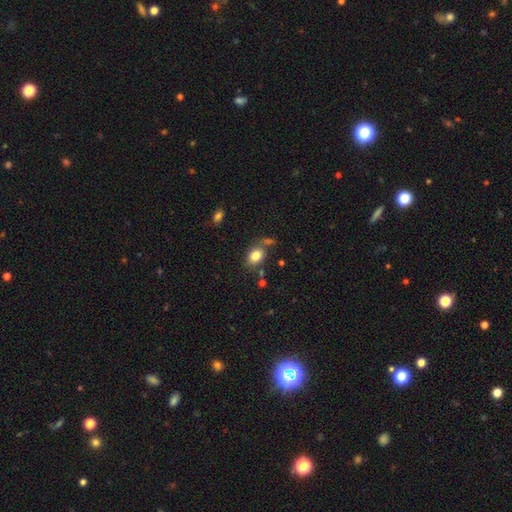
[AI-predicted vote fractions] Smooth or featured?
  - smooth: 82% *
  - star or artifact: 10%
  - featured or disk: 8%
How rounded?
  - in between: 69% *
  - round: 30%
  - cigar-shaped: 1%
Merging?
  - none: 66% *
  - minor disturbance: 15%
  - merger: 13%
  - major disturbance: 5%